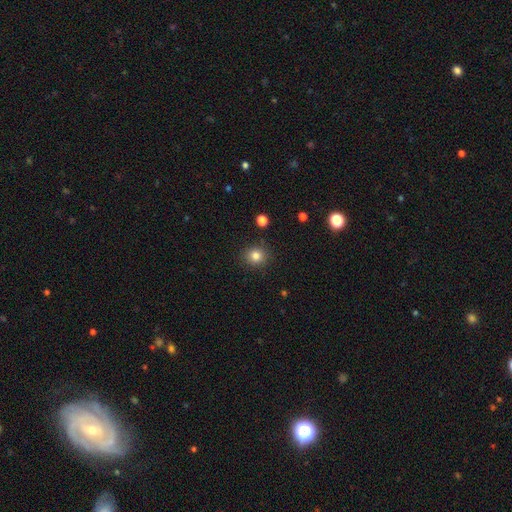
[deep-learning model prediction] Overall: smooth (81%). How rounded: round (83%). Merging: none (88%).